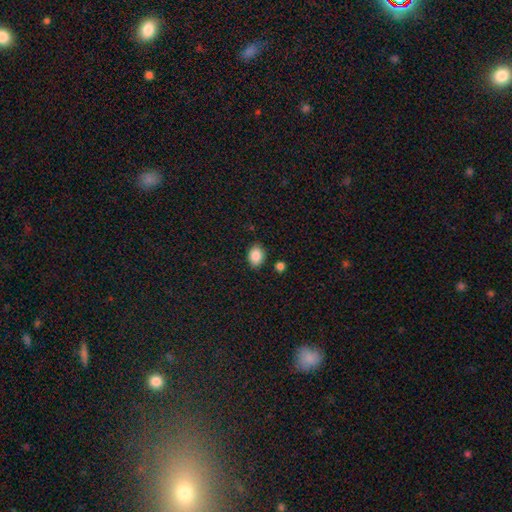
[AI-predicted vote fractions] smooth_or_featured: smooth (p=0.87) [alt: star or artifact p=0.08]
how_rounded: in between (p=0.70) [alt: round p=0.29]
merging: none (p=0.84) [alt: minor disturbance p=0.11]